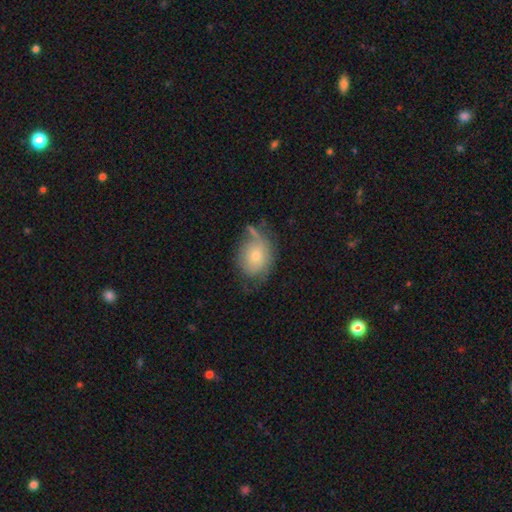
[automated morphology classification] Smooth or featured? smooth (63%)
How rounded? in between (50%)
Merging? none (47%)